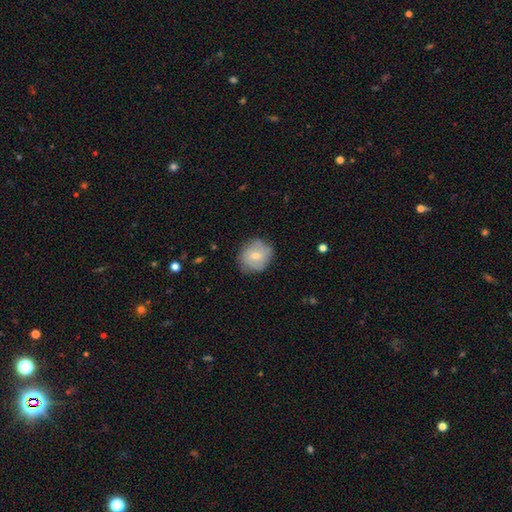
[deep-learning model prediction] Overall: smooth (68%). How rounded: round (79%). Merging: none (75%).